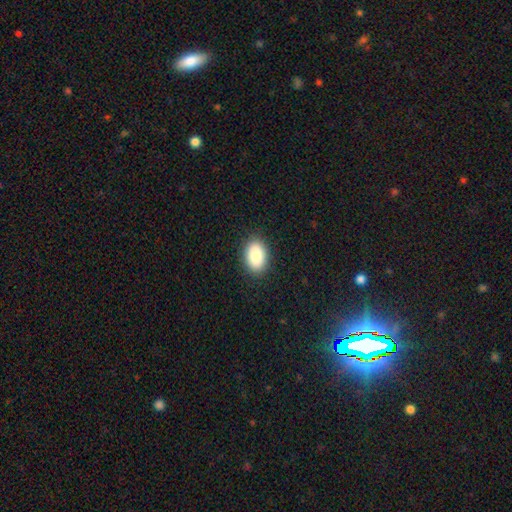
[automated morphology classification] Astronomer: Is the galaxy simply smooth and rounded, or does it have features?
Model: smooth — 88%.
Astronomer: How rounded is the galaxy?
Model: in between — 89%.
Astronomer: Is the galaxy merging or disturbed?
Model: none — 89%.